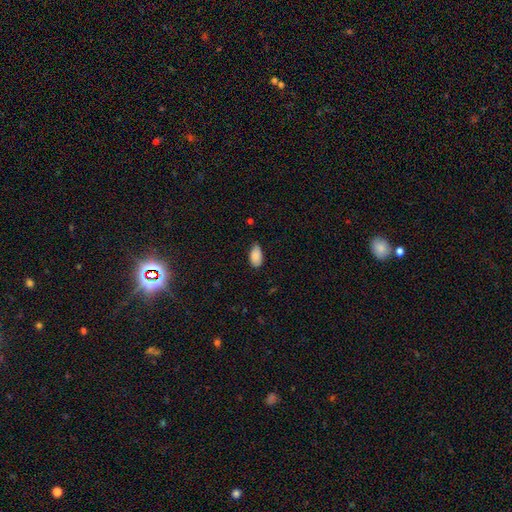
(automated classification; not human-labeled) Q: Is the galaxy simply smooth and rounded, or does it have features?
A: smooth — 88%.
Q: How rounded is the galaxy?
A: in between — 94%.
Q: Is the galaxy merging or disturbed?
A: none — 64%.